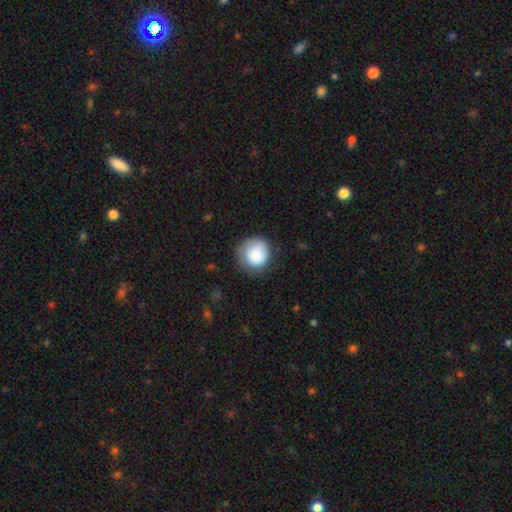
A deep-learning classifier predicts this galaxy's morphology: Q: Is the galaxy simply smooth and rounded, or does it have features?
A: smooth — 85%.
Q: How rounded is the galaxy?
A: round — 90%.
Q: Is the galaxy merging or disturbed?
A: none — 68%.